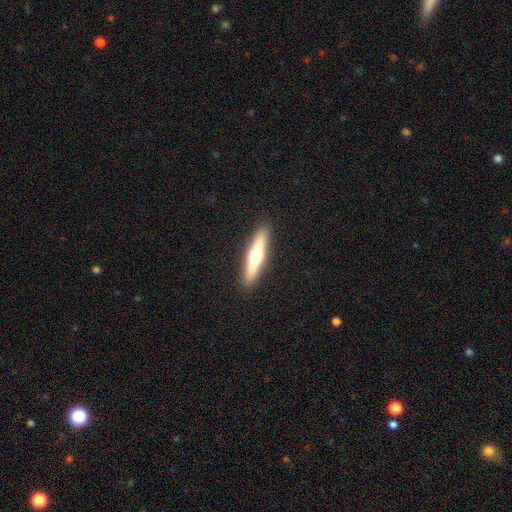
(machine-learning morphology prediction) smooth-or-featured: featured or disk: 56% | smooth: 38% | star or artifact: 6%
  disk-edge-on: yes: 94% | no: 6%
    edge-on-bulge: rounded: 93% | none: 4% | boxy: 3%
  merging: none: 91% | minor disturbance: 6% | major disturbance: 2% | merger: 1%